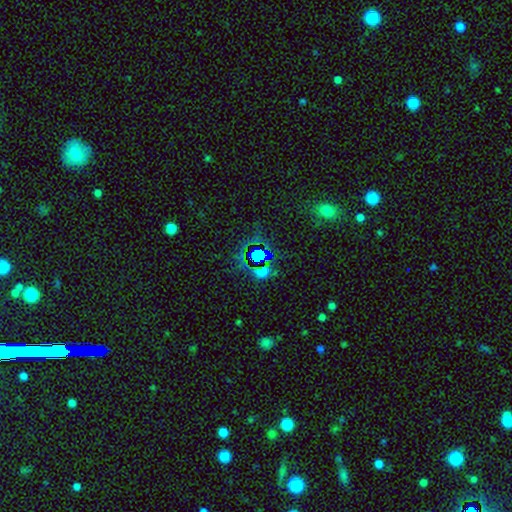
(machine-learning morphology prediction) This is likely a star or artifact rather than a galaxy (67%).